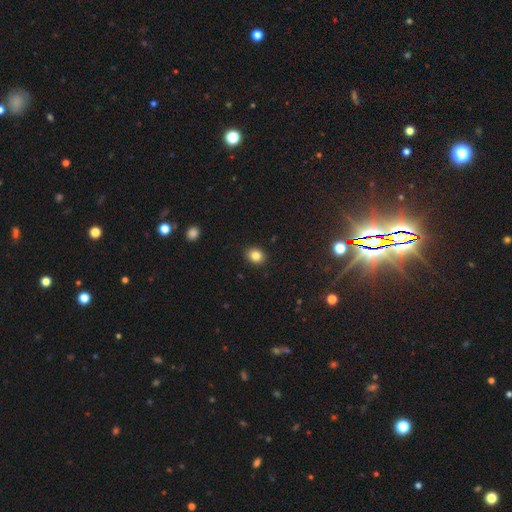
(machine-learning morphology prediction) type=smooth (84%); roundness=round (63%); merging=none (90%).